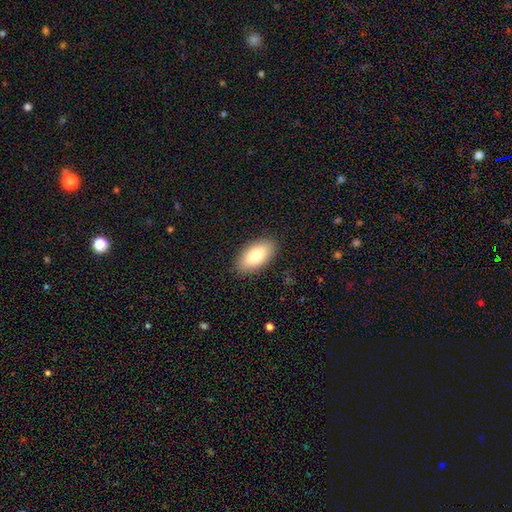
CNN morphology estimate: A smooth galaxy with no disk features (79%) that is in between round and cigar-shaped (94%). Merging: none (89%).